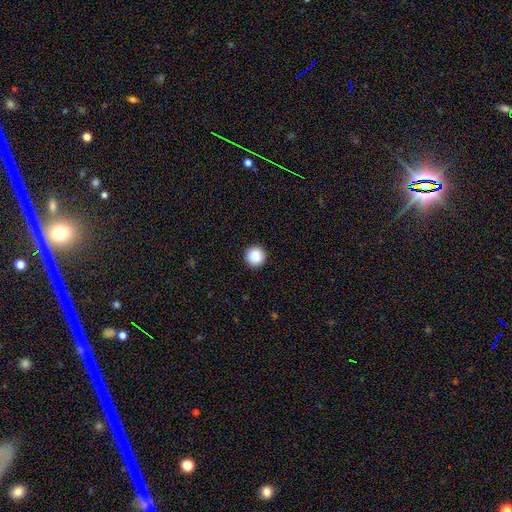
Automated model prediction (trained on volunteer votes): smooth 87%, star or artifact 9%, featured or disk 4%. Down the decision tree: how rounded — round (96%); merging — none (94%).